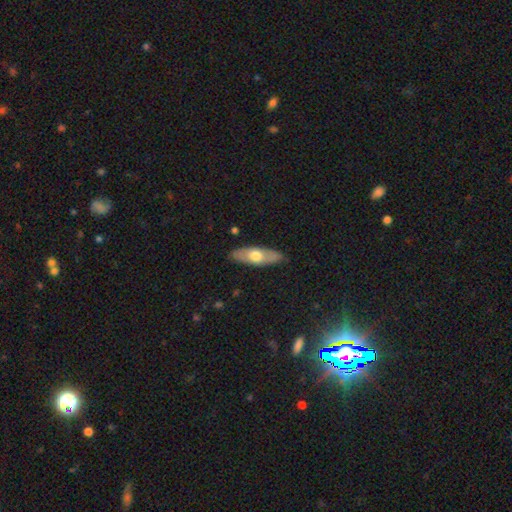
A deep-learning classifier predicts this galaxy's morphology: Q: Smooth or featured?
A: smooth (54%); runner-up: featured or disk (41%)
Q: How rounded?
A: in between (65%); runner-up: cigar-shaped (33%)
Q: Merging?
A: none (83%); runner-up: minor disturbance (14%)